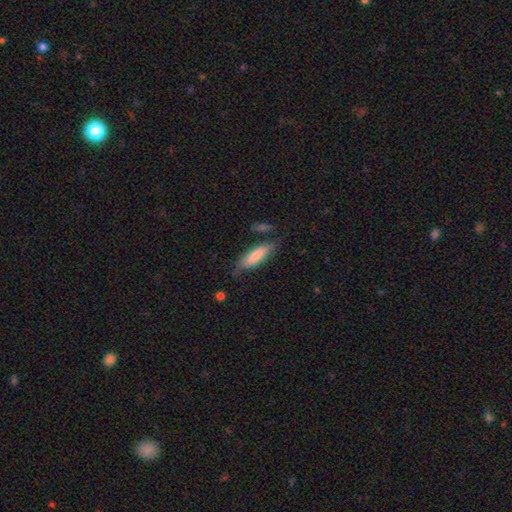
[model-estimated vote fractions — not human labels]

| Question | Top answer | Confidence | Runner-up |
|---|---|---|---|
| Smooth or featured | smooth | 78% | featured or disk (16%) |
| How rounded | cigar-shaped | 50% | in between (48%) |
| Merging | none | 70% | minor disturbance (20%) |